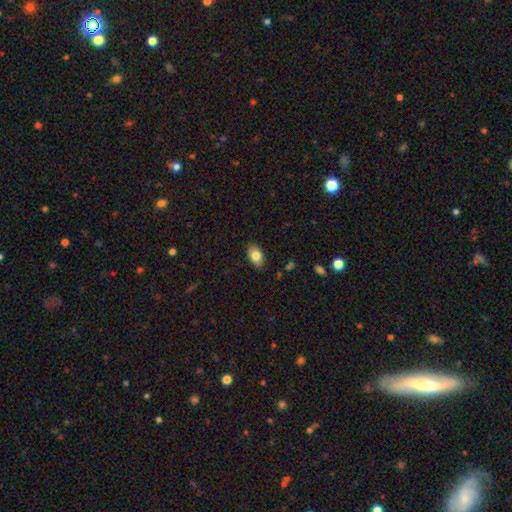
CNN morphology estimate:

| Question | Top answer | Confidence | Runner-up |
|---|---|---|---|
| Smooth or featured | smooth | 81% | featured or disk (12%) |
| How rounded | in between | 91% | round (8%) |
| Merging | none | 87% | minor disturbance (10%) |